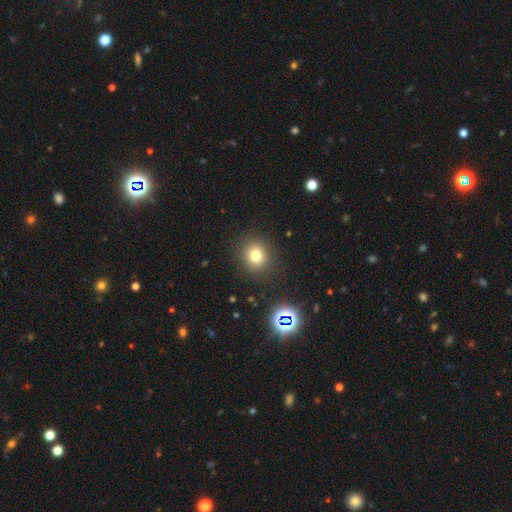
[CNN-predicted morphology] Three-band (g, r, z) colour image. It shows a smooth galaxy with no disk features (76%) that is round (81%). Merging: none (88%).